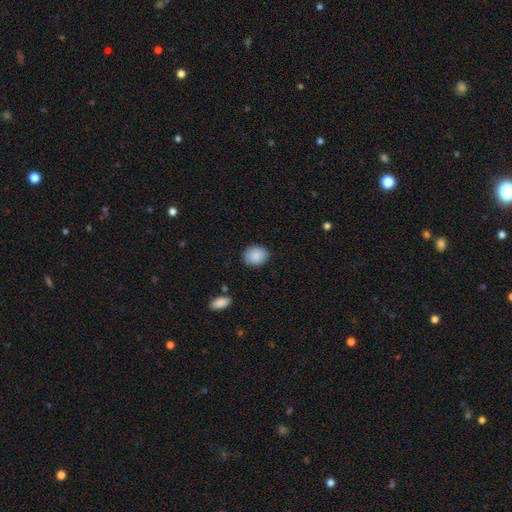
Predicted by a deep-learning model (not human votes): Q: Smooth or featured?
A: smooth (89%); runner-up: star or artifact (7%)
Q: How rounded?
A: round (53%); runner-up: in between (46%)
Q: Merging?
A: none (86%); runner-up: minor disturbance (10%)